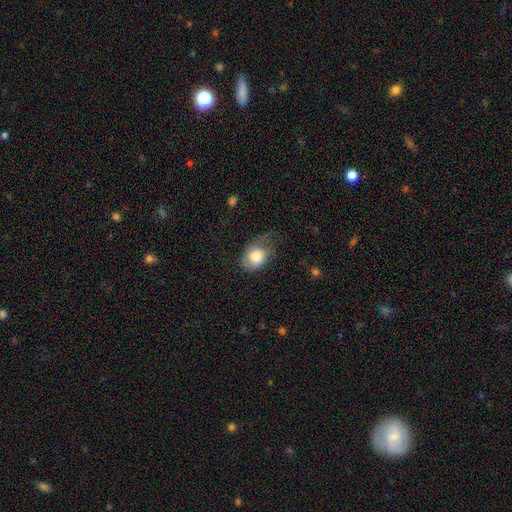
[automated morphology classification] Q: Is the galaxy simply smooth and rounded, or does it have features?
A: smooth — 79%.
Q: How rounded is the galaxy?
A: in between — 62%.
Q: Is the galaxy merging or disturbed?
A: none — 37%.